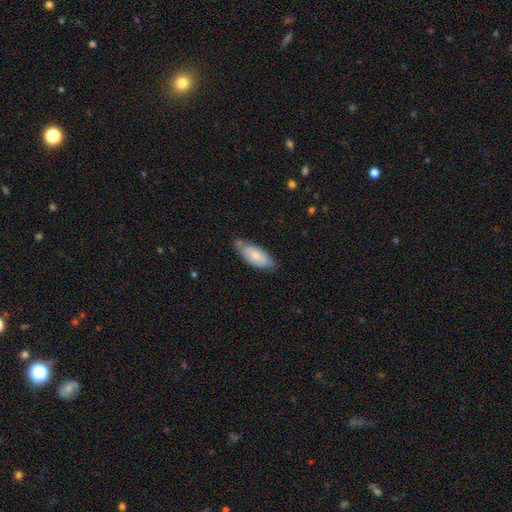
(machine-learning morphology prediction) Smooth or featured? smooth (65%)
How rounded? in between (83%)
Merging? none (63%)